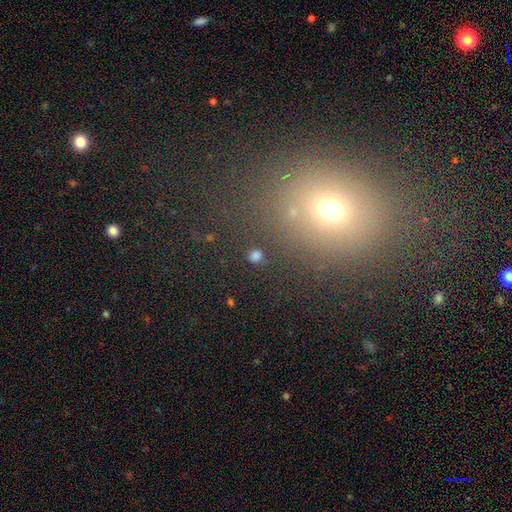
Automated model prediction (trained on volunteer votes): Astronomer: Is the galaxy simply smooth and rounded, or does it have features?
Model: smooth — 77%.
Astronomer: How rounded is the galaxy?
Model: round — 89%.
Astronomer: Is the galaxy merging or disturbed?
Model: none — 88%.